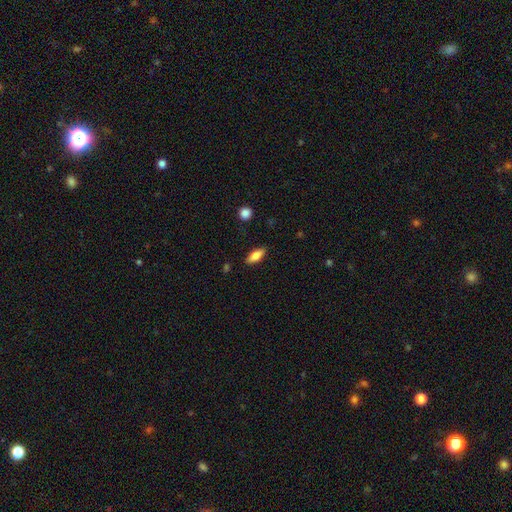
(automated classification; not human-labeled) smooth_or_featured: smooth (p=0.77) [alt: featured or disk p=0.17]
how_rounded: in between (p=0.74) [alt: cigar-shaped p=0.24]
merging: none (p=0.87) [alt: minor disturbance p=0.10]